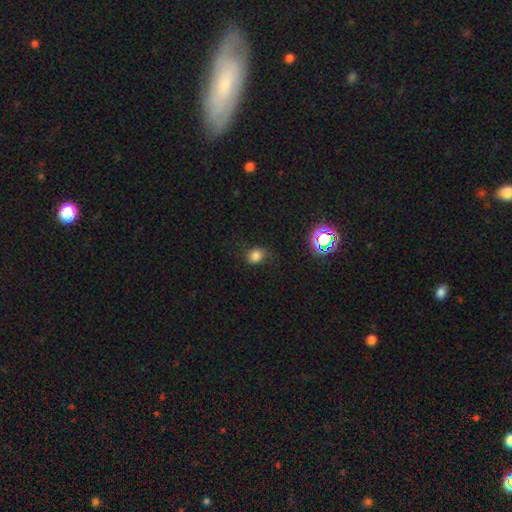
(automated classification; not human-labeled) This is likely a smooth galaxy (77%). How rounded: likely round (67%). Merging: likely none (63%).